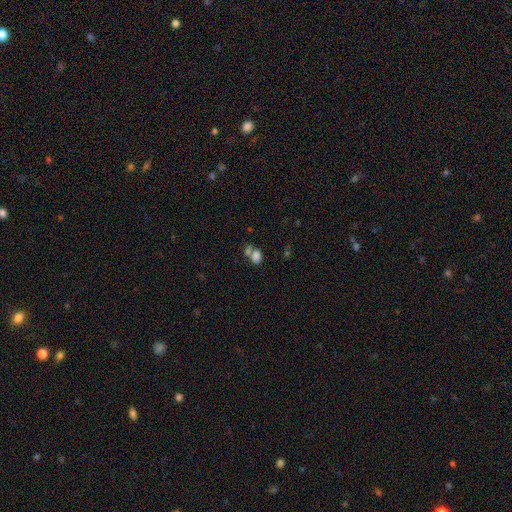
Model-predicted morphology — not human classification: This is likely a smooth galaxy (78%). How rounded: likely in between (78%). Merging: possibly merger (49%).